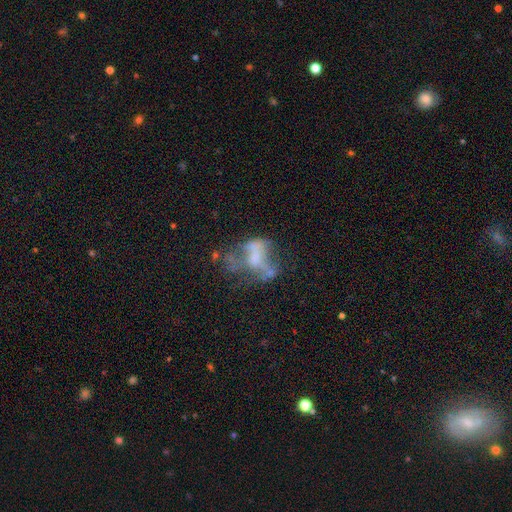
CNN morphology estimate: Smooth or featured: featured or disk — 59% (smooth — 26%)
Edge-on disk: no — 97% (yes — 3%)
Bar: no — 78% (weak — 16%)
Spiral arms: no — 84% (yes — 16%)
Bulge size: none — 56% (moderate — 20%)
Merging: major disturbance — 36% (none — 30%)